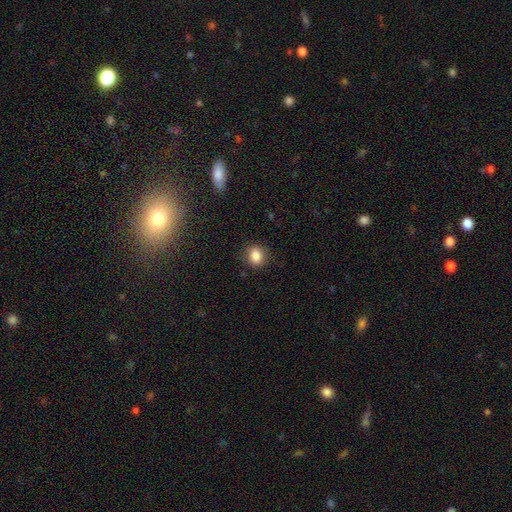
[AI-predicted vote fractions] Smooth or featured: smooth — 85% (star or artifact — 10%)
How rounded: round — 63% (in between — 36%)
Merging: none — 86% (minor disturbance — 10%)